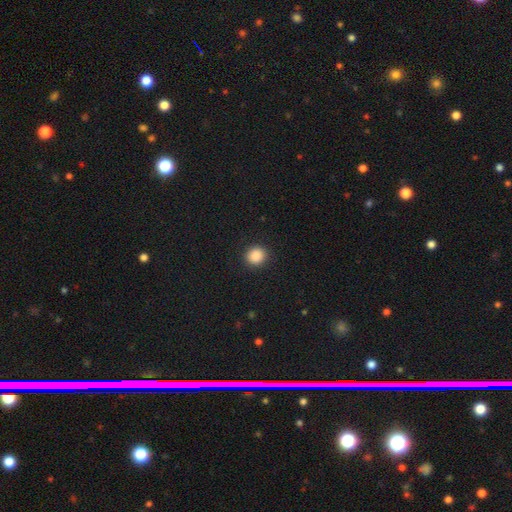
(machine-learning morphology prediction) Smooth or featured? Predicted: smooth (p=0.87). How rounded? Predicted: round (p=0.88). Merging? Predicted: none (p=0.92).